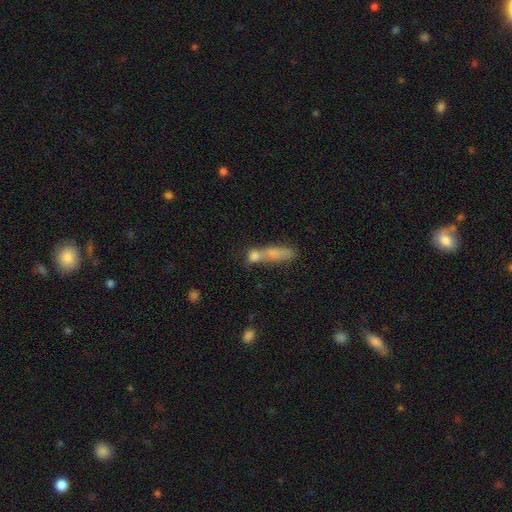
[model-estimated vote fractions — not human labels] Smooth or featured? Predicted: smooth (p=0.68). How rounded? Predicted: cigar-shaped (p=0.59). Merging? Predicted: merger (p=0.44).